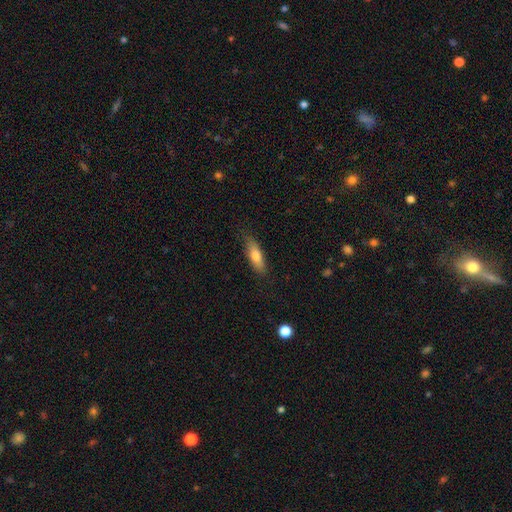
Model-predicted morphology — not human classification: Smooth or featured? Predicted: smooth (p=0.74). How rounded? Predicted: in between (p=0.49, tied with cigar-shaped). Merging? Predicted: none (p=0.81).